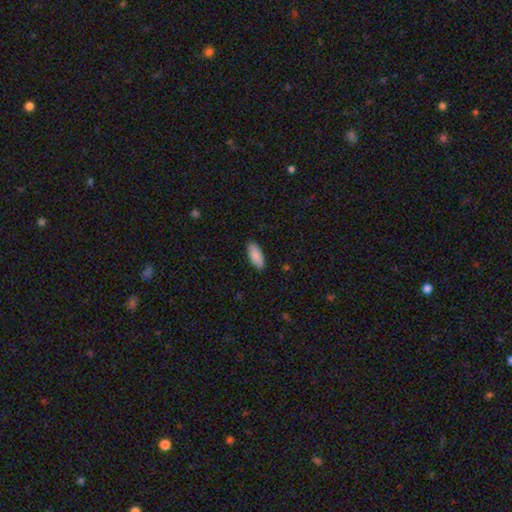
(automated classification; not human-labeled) The model was most divided on "how rounded": in between: 81%, cigar-shaped: 17%, round: 2%. More confident: smooth or featured — smooth (90%); merging — none (88%).